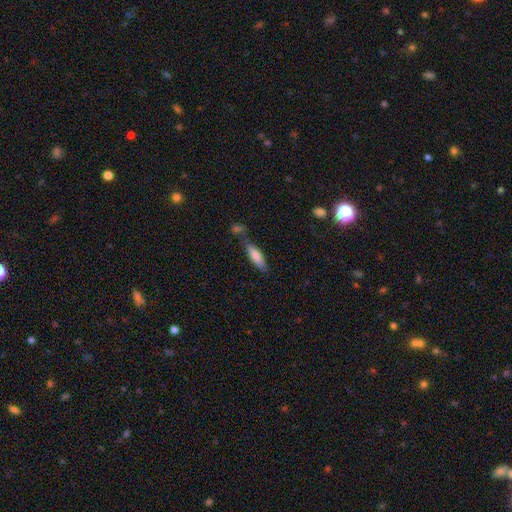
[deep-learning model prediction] Overall: smooth (78%). How rounded: cigar-shaped (57%; in between 41%). Merging: none (65%).